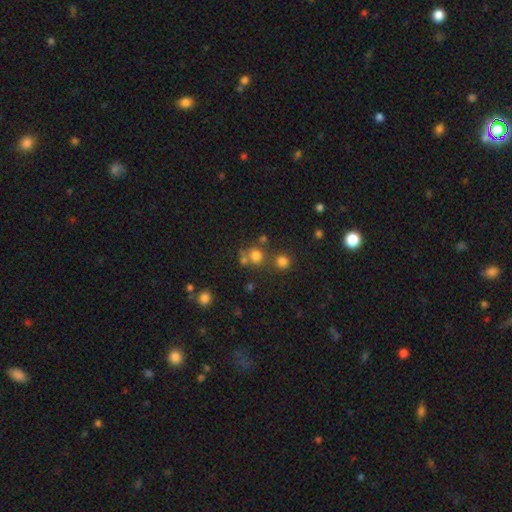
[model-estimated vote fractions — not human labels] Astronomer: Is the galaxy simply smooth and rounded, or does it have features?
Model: smooth — 71%.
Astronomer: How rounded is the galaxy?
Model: round — 87%.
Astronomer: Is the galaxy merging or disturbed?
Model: none — 62%.